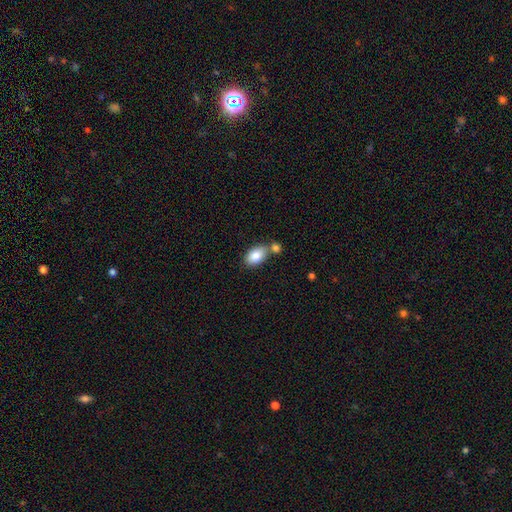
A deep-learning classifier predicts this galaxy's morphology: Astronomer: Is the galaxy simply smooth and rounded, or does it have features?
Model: smooth — 84%.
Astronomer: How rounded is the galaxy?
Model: in between — 91%.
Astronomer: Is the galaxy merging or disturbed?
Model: none — 53% (runner-up: merger, 31%).